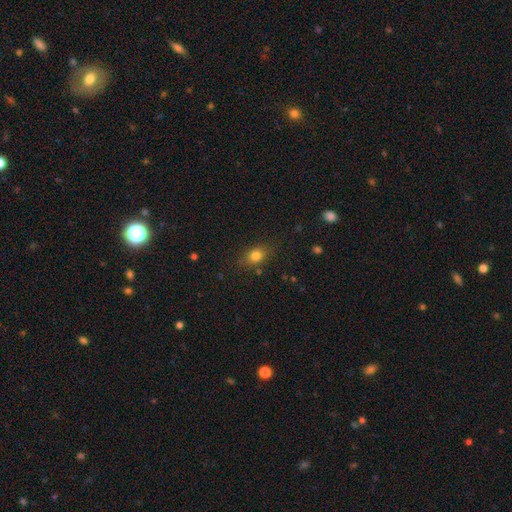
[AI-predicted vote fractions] Smooth or featured? Predicted: smooth (p=0.80). How rounded? Predicted: in between (p=0.61). Merging? Predicted: none (p=0.80).